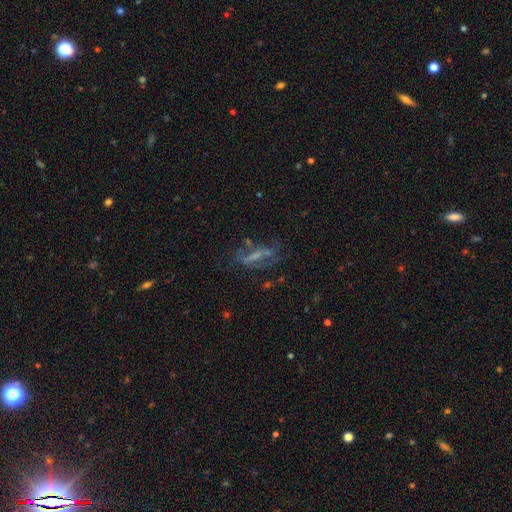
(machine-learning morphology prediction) This appears to be a featured or disk galaxy (58%). Merging: none (52%).